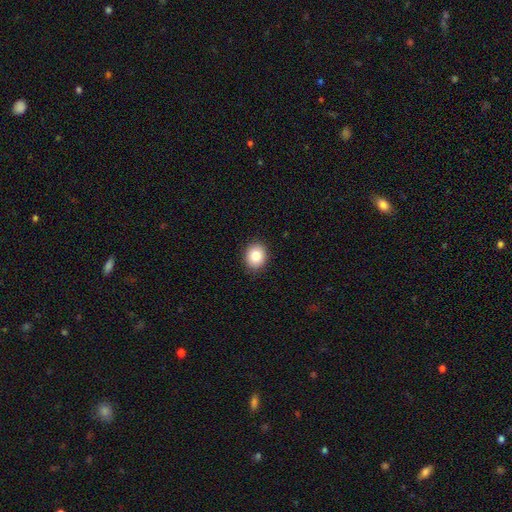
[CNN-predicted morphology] Smooth or featured? Predicted: smooth (p=0.83). How rounded? Predicted: round (p=0.63). Merging? Predicted: none (p=0.90).